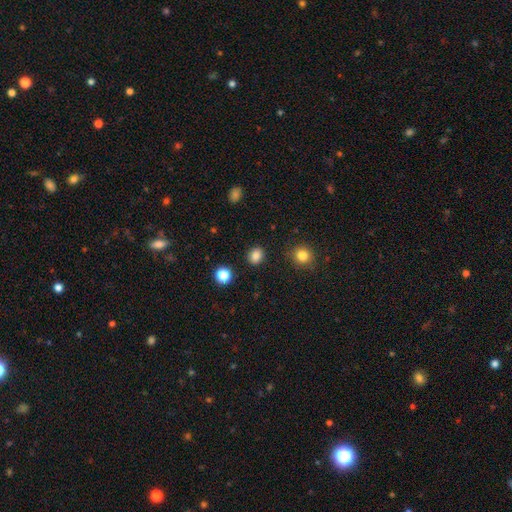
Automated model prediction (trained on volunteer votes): This is clearly a smooth galaxy (84%). How rounded: likely round (71%). Merging: clearly none (89%).